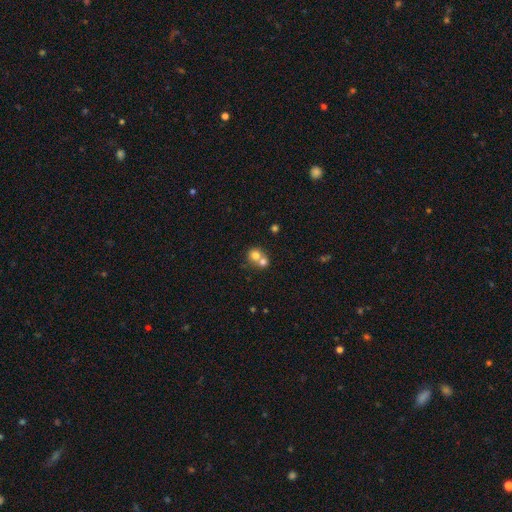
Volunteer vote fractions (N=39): smooth_or_featured: smooth (p=0.79) [alt: featured or disk p=0.15]
how_rounded: round (p=0.61) [alt: in between p=0.35]
merging: merger (p=0.68) [alt: none p=0.27]